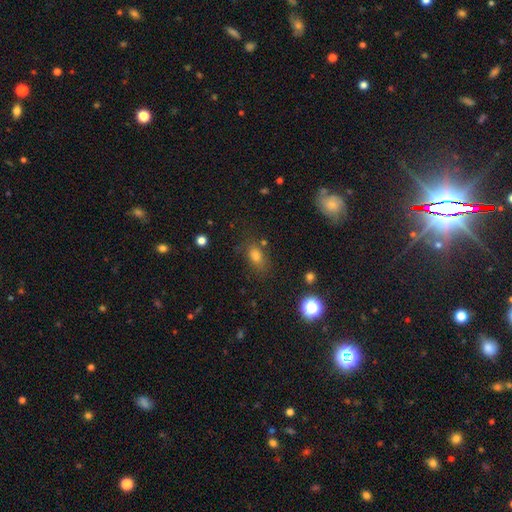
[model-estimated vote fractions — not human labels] This is likely a smooth galaxy (68%). How rounded: likely in between (75%). Merging: likely none (70%).